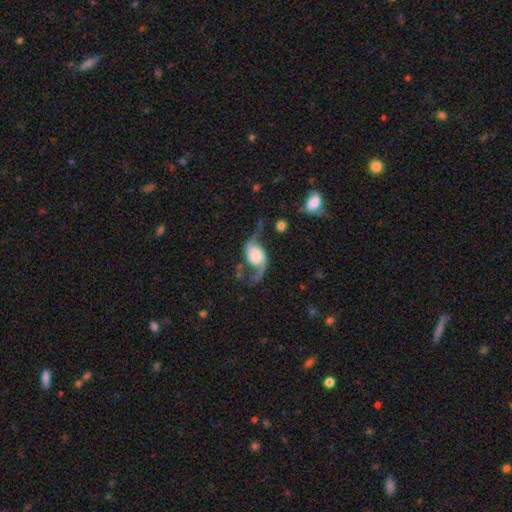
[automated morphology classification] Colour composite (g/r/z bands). It shows a featured or disk galaxy (82%) with no bar (65%), 2 (87%) loose (79%) spiral arms (95%) and a large central bulge (36%). Merging: none (51%).